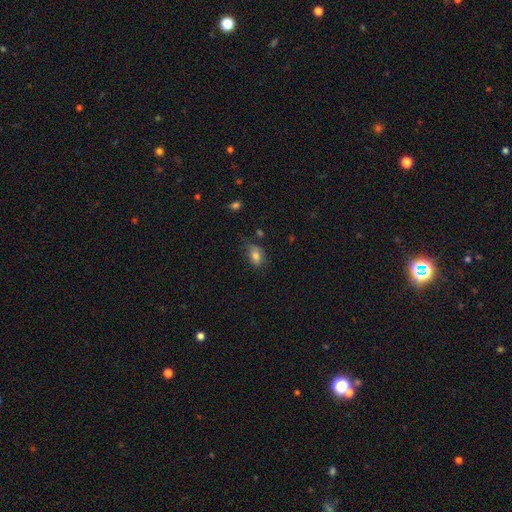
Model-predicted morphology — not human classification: type=smooth (80%); roundness=in between (81%); merging=none (63%).